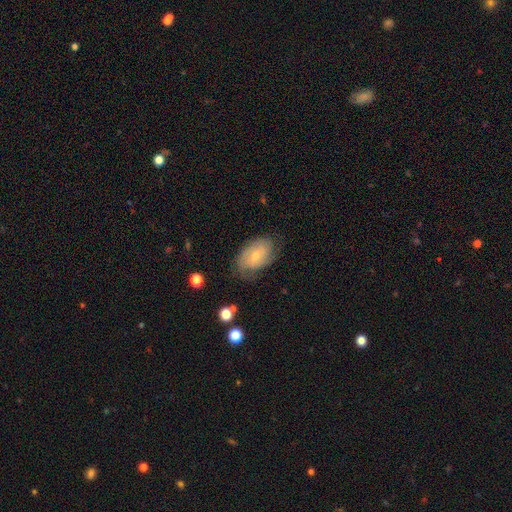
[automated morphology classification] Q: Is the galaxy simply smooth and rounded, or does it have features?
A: featured or disk — 61%.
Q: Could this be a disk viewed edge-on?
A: no — 95%.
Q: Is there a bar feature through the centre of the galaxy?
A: no — 45%.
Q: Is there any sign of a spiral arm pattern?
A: yes — 86%.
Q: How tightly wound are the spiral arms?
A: tight — 52%.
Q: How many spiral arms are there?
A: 2 — 53%.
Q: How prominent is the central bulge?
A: small — 59%.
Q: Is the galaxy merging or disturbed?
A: none — 67%.